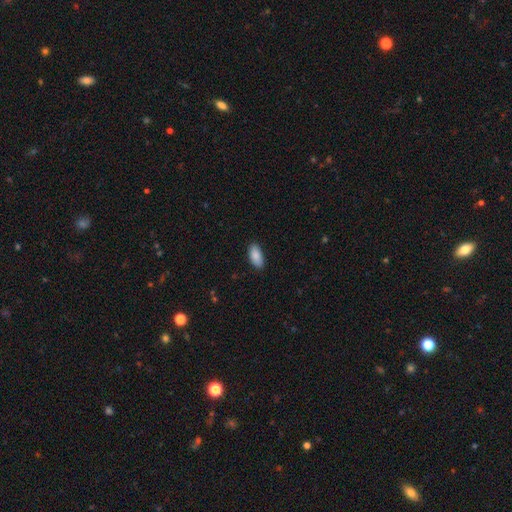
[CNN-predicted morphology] A smooth galaxy with no disk features (89%) that is in between round and cigar-shaped (92%).

Vote fractions:
- Smooth or featured? smooth: 89% / star or artifact: 6% / featured or disk: 5%
- How rounded? in between: 92% / cigar-shaped: 6% / round: 2%
- Merging? none: 87% / minor disturbance: 10% / major disturbance: 2% / merger: 1%